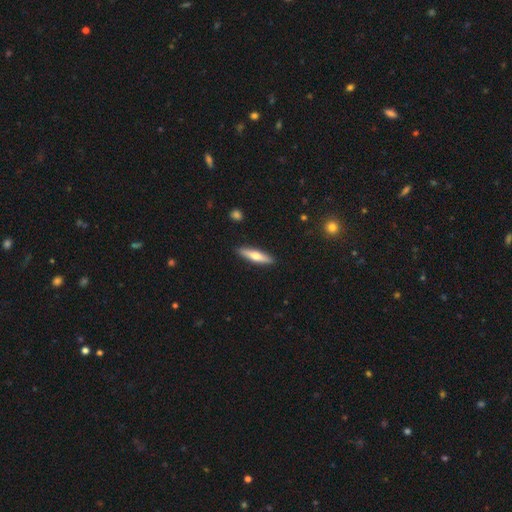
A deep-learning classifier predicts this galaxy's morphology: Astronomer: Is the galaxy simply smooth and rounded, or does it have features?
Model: smooth — 55% (runner-up: featured or disk, 40%).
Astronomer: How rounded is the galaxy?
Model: cigar-shaped — 77%.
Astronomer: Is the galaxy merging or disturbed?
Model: none — 90%.